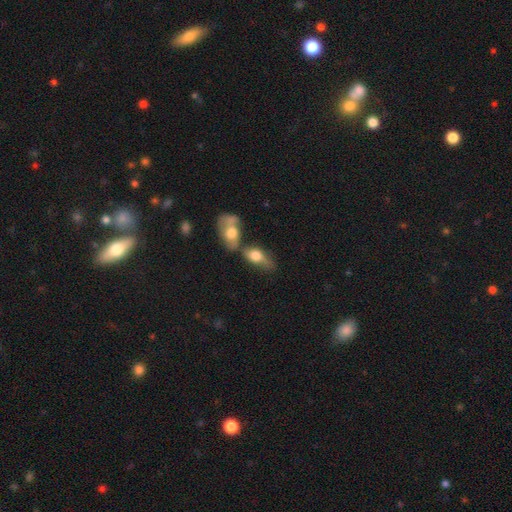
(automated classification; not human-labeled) A smooth galaxy with no disk features (59%) that is in between round and cigar-shaped (81%).

Vote fractions:
- Smooth or featured? smooth: 59% / featured or disk: 33% / star or artifact: 8%
- How rounded? in between: 81% / cigar-shaped: 10% / round: 9%
- Merging? merger: 39% / none: 35% / minor disturbance: 15% / major disturbance: 10%